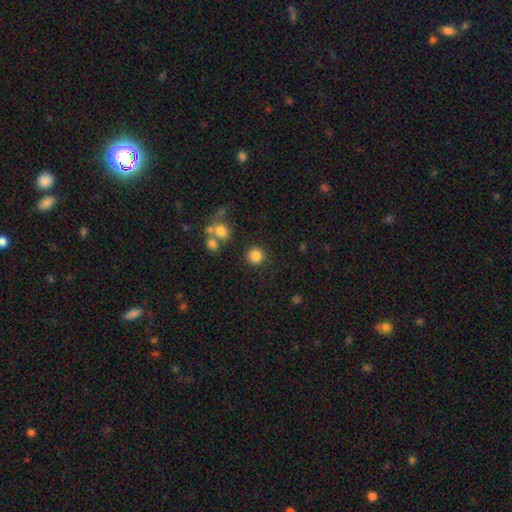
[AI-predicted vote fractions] Smooth or featured? Predicted: smooth (p=0.84). How rounded? Predicted: round (p=0.93). Merging? Predicted: none (p=0.85).